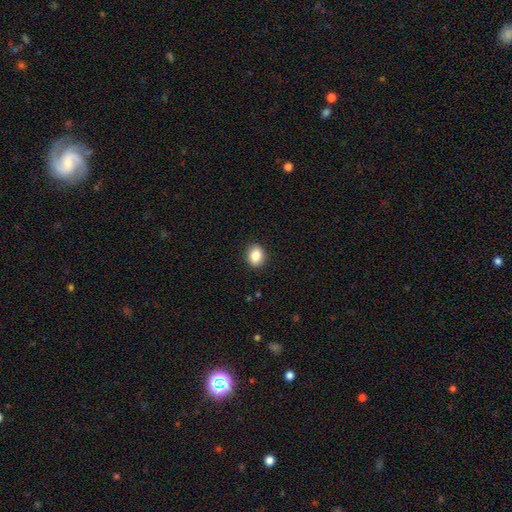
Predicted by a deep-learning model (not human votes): The model was most divided on "how rounded": in between: 50%, round: 49%, cigar-shaped: 1%. More confident: merging — none (90%); smooth or featured — smooth (86%).